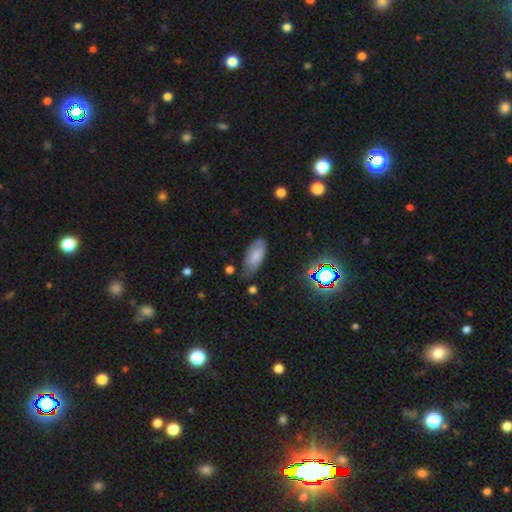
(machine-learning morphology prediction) smooth 63%, featured or disk 27%, star or artifact 10%. Down the decision tree: how rounded — in between (89%); merging — none (56%).